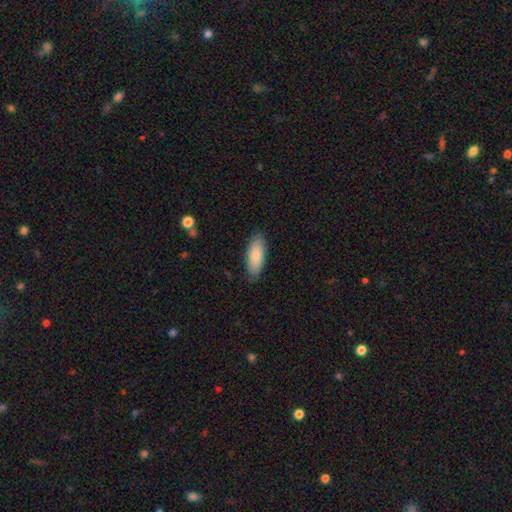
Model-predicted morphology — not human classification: Smooth or featured? Predicted: smooth (p=0.83). How rounded? Predicted: in between (p=0.78). Merging? Predicted: none (p=0.84).